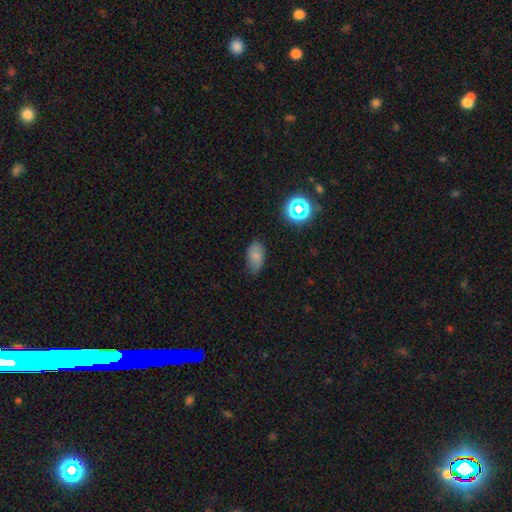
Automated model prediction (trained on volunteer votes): Smooth or featured?
  - smooth: 75% *
  - star or artifact: 13%
  - featured or disk: 12%
How rounded?
  - in between: 91% *
  - round: 6%
  - cigar-shaped: 2%
Merging?
  - none: 67% *
  - minor disturbance: 26%
  - major disturbance: 5%
  - merger: 2%